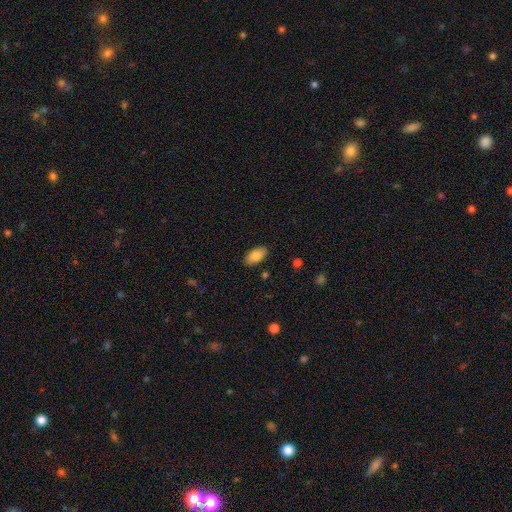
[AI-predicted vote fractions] This appears to be a smooth galaxy with no disk features (84%) that is in between round and cigar-shaped (94%). Merging: none (88%).